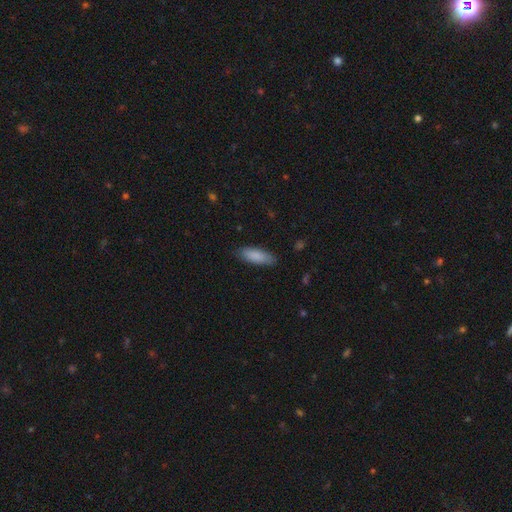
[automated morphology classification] The model was most divided on "how rounded": in between: 66%, cigar-shaped: 32%, round: 2%. More confident: smooth or featured — smooth (87%); merging — none (82%).